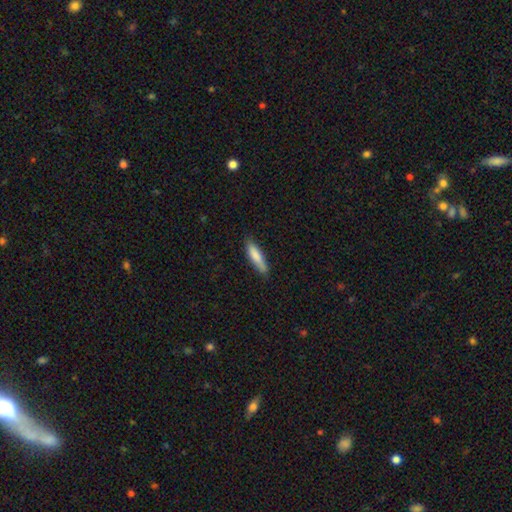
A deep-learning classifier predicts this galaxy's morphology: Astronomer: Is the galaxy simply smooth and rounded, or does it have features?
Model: smooth — 80%.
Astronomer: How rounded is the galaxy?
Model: cigar-shaped — 75%.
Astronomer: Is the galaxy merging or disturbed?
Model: none — 77%.